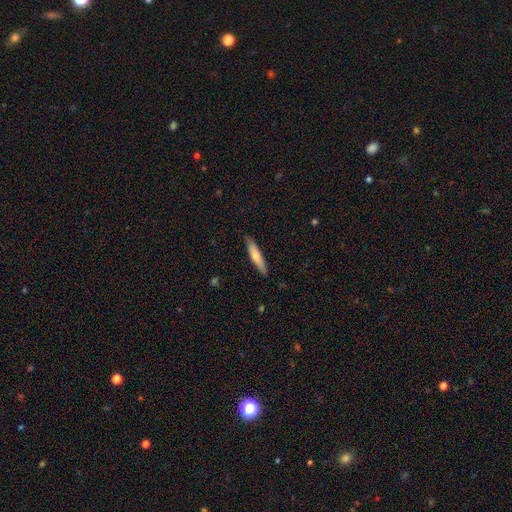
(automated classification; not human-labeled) The model was most divided on "smooth or featured": smooth: 65%, featured or disk: 29%, star or artifact: 5%. More confident: merging — none (87%); how rounded — cigar-shaped (83%).